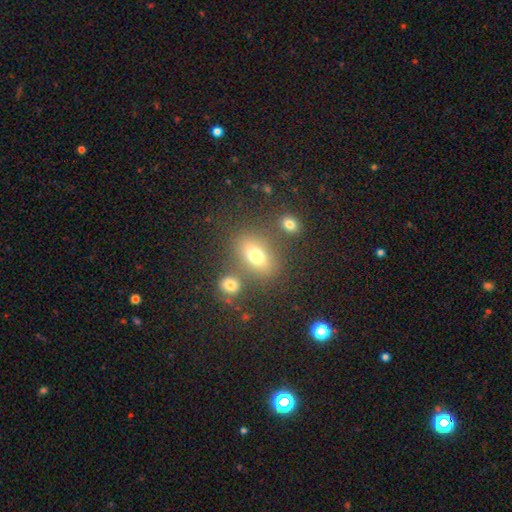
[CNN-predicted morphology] This appears to be a smooth galaxy with no disk features (71%) that is in between round and cigar-shaped (75%). Merging: none (66%).